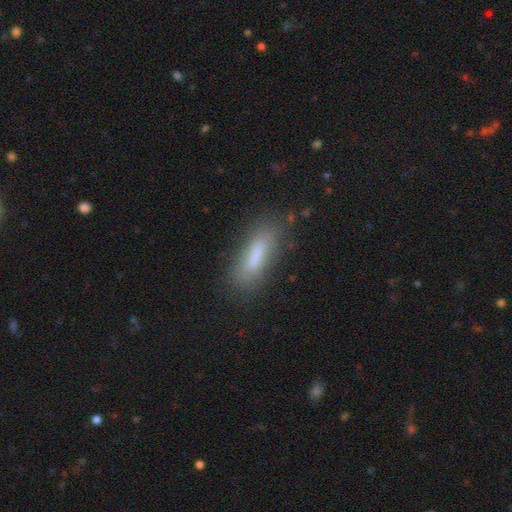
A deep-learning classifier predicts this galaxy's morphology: Q: Smooth or featured?
A: smooth (73%); runner-up: featured or disk (19%)
Q: How rounded?
A: cigar-shaped (54%); runner-up: in between (44%)
Q: Merging?
A: none (77%); runner-up: minor disturbance (15%)